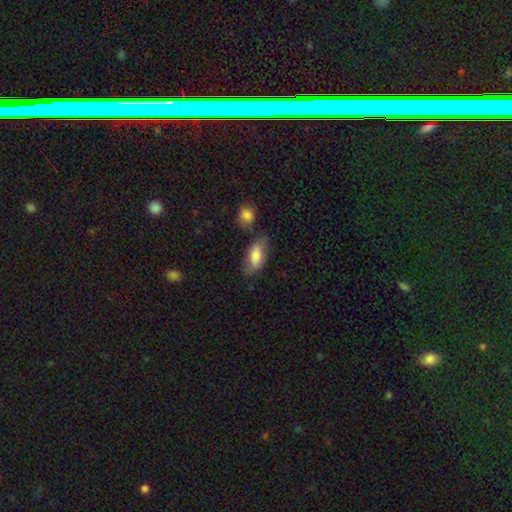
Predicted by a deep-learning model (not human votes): Morphology: type=smooth (73%); roundness=in between (85%); merging=none (59%).